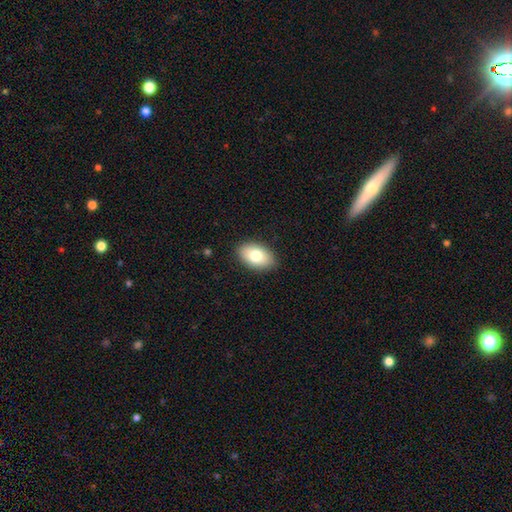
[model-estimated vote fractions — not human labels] Smooth or featured?
  - smooth: 79% *
  - featured or disk: 14%
  - star or artifact: 7%
How rounded?
  - in between: 92% *
  - round: 7%
  - cigar-shaped: 1%
Merging?
  - none: 87% *
  - minor disturbance: 10%
  - major disturbance: 2%
  - merger: 1%